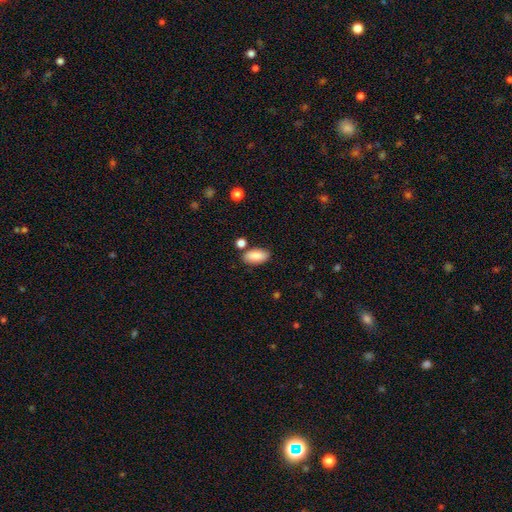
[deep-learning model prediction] Smooth or featured: smooth — 87% (star or artifact — 7%)
How rounded: in between — 91% (cigar-shaped — 6%)
Merging: none — 77% (minor disturbance — 13%)